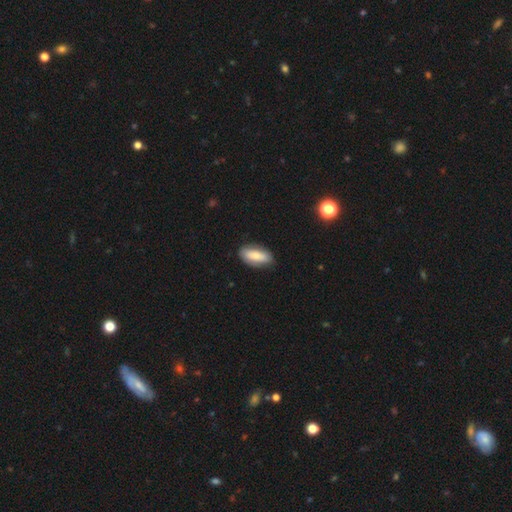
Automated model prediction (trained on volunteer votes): The model was most divided on "smooth or featured": smooth: 76%, featured or disk: 18%, star or artifact: 6%. More confident: how rounded — in between (86%); merging — none (82%).